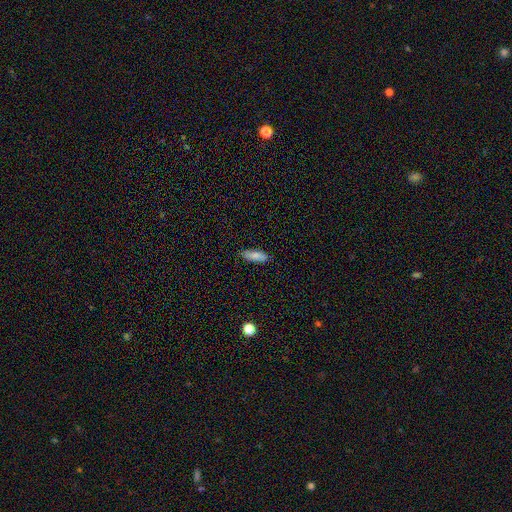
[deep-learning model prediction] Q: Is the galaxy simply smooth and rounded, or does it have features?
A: smooth — 81%.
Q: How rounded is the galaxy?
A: in between — 65%.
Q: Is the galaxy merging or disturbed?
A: none — 85%.